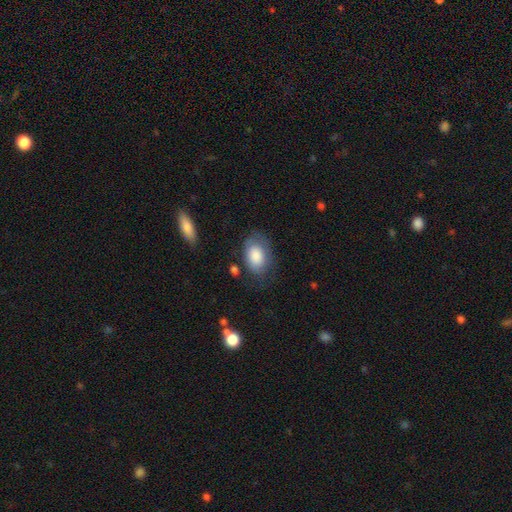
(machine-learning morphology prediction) Q: Smooth or featured?
A: smooth (79%); runner-up: featured or disk (14%)
Q: How rounded?
A: in between (86%); runner-up: round (12%)
Q: Merging?
A: none (65%); runner-up: minor disturbance (23%)